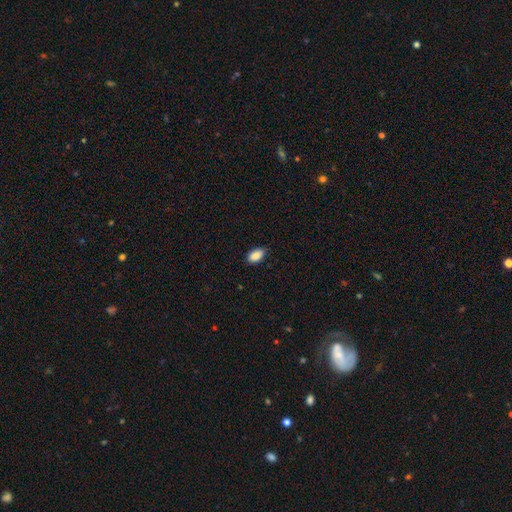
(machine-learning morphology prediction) Q: Smooth or featured?
A: smooth (89%); runner-up: star or artifact (7%)
Q: How rounded?
A: in between (93%); runner-up: round (5%)
Q: Merging?
A: none (85%); runner-up: minor disturbance (12%)